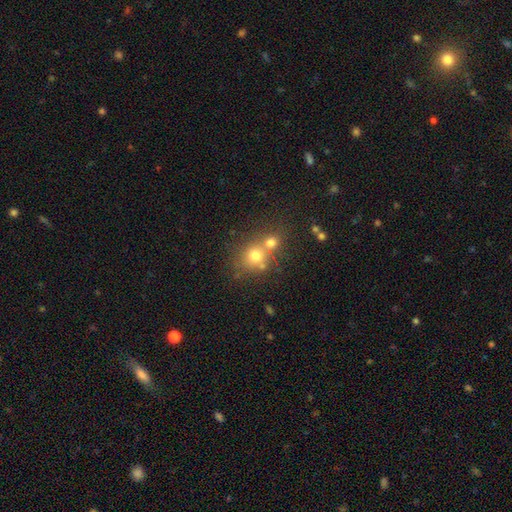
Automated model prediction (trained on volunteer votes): Smooth or featured? Predicted: smooth (p=0.70). How rounded? Predicted: round (p=0.79). Merging? Predicted: merger (p=0.46).